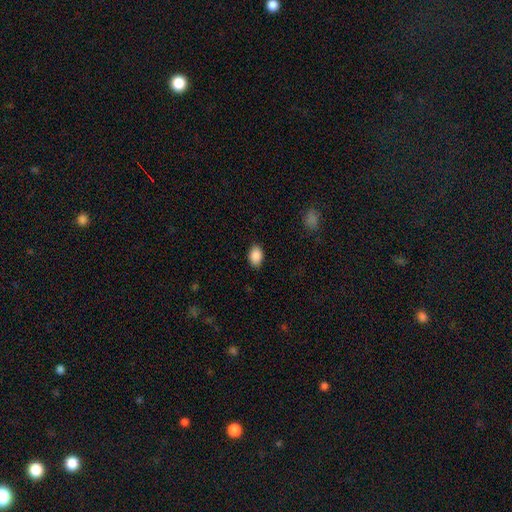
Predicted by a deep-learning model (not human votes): Overall: smooth (89%). How rounded: in between (87%). Merging: none (87%).